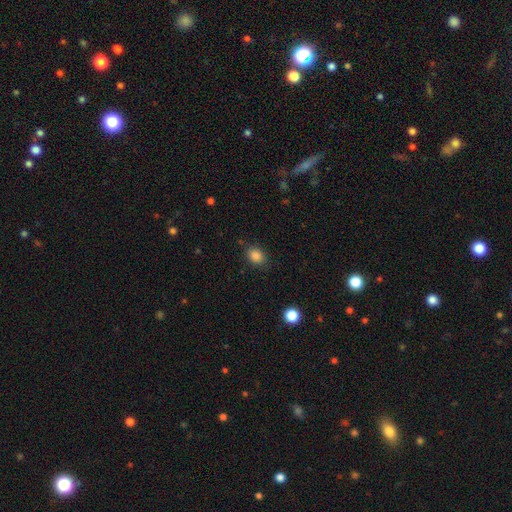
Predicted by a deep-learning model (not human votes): smooth-or-featured: smooth: 84% | star or artifact: 11% | featured or disk: 5%
  how-rounded: in between: 54% | round: 45% | cigar-shaped: 1%
  merging: none: 83% | minor disturbance: 12% | major disturbance: 3% | merger: 2%